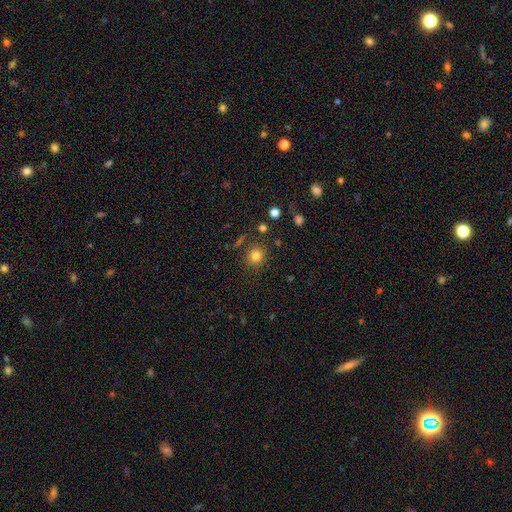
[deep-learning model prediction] This appears to be a smooth galaxy with no disk features (79%) that is round (86%). Merging: none (82%).